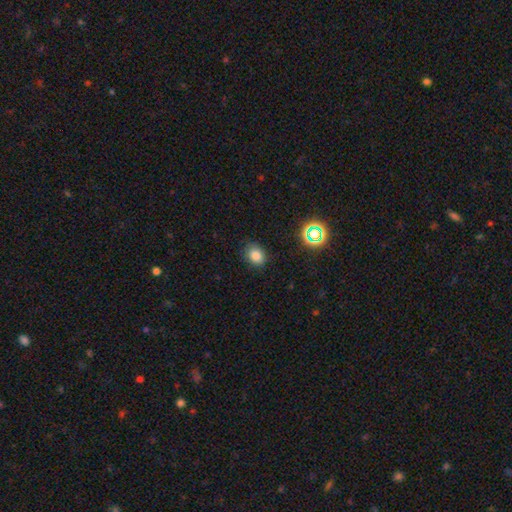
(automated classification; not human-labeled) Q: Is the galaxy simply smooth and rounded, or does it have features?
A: smooth — 80%.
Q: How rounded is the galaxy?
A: in between — 52%.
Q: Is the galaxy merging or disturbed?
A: none — 82%.